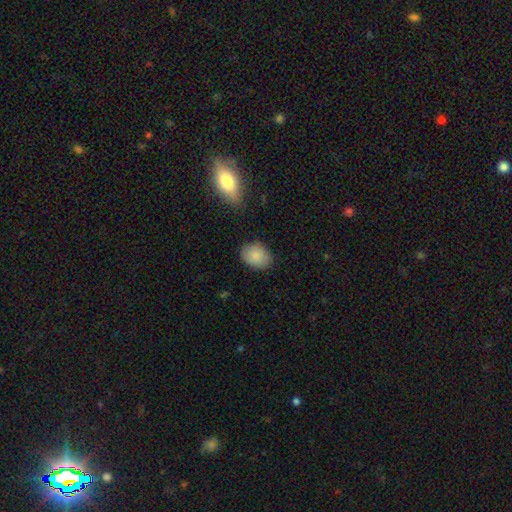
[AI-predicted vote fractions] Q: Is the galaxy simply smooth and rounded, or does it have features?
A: smooth — 86%.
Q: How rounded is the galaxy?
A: in between — 63%.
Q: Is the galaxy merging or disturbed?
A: none — 81%.